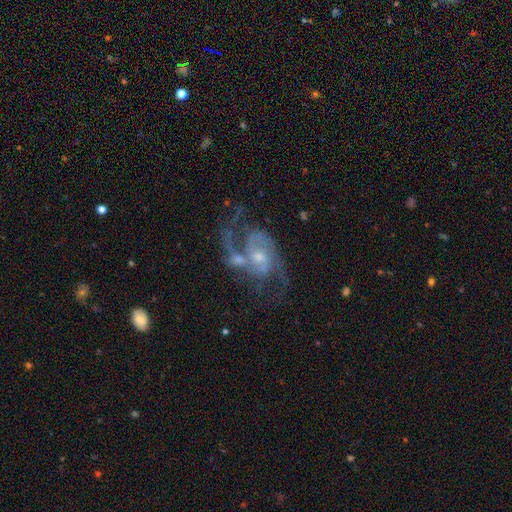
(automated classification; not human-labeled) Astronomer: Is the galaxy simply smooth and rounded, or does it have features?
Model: featured or disk — 86%.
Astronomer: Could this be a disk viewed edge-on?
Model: no — 97%.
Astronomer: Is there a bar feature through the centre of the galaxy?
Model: no — 57% (runner-up: weak, 35%).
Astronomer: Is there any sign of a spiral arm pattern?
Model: yes — 95%.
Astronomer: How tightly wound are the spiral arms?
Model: medium — 52%.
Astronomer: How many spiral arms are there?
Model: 2 — 77%.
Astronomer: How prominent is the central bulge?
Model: small — 54% (runner-up: moderate, 39%).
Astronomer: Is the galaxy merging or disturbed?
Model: none — 50%.